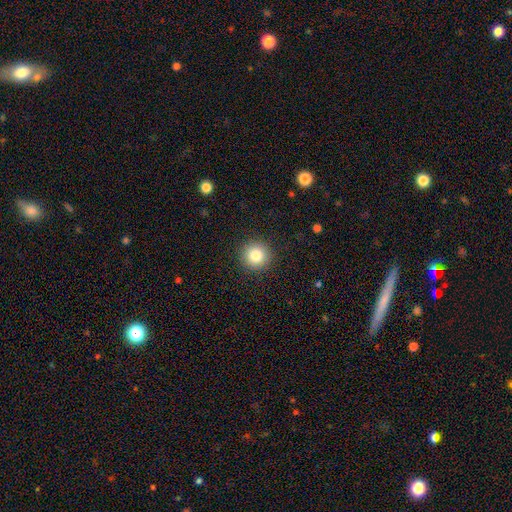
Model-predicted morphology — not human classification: This is clearly a smooth galaxy (83%). How rounded: clearly round (95%). Merging: clearly none (91%).